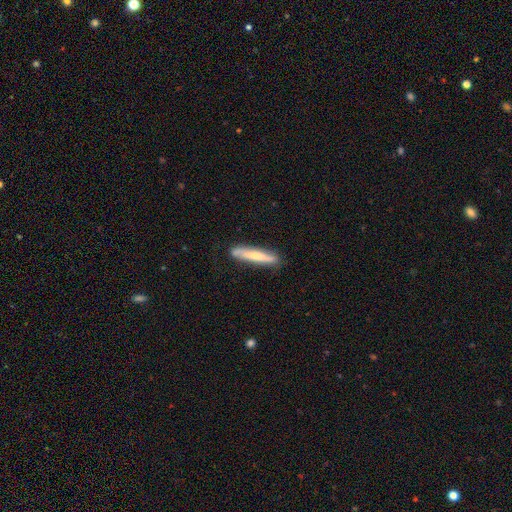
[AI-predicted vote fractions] Smooth or featured? smooth (59%)
How rounded? cigar-shaped (91%)
Merging? none (84%)